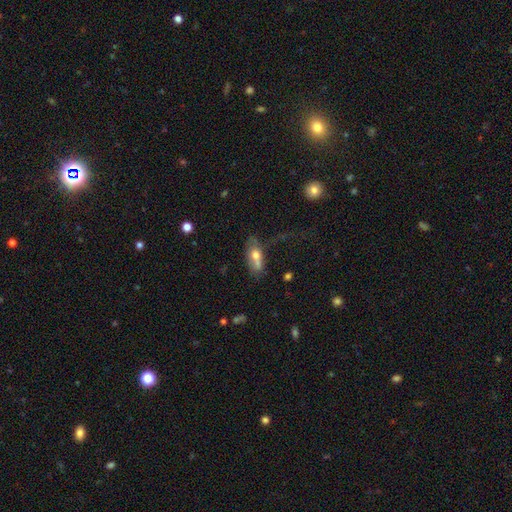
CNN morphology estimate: This is likely a smooth galaxy (61%). How rounded: likely in between (79%). Merging: marginally none (34%).